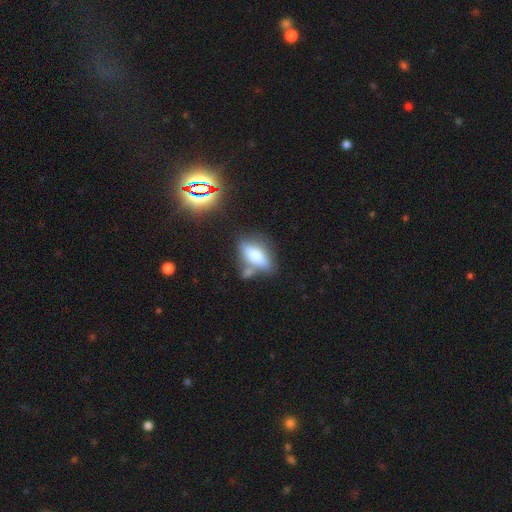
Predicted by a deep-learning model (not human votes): This is likely a smooth galaxy (61%). How rounded: likely in between (76%). Merging: possibly none (57%).